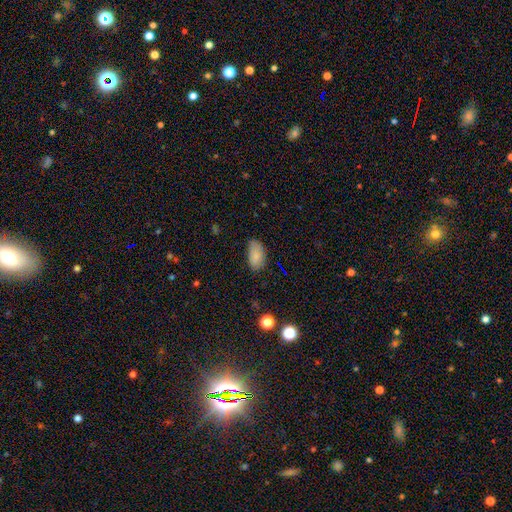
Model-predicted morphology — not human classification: Overall: smooth (84%). How rounded: in between (93%). Merging: none (68%).